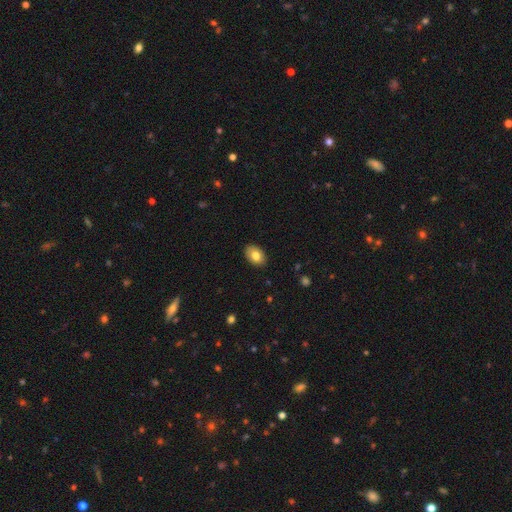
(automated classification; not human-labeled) Morphology: type=smooth (80%); roundness=in between (86%); merging=none (87%).